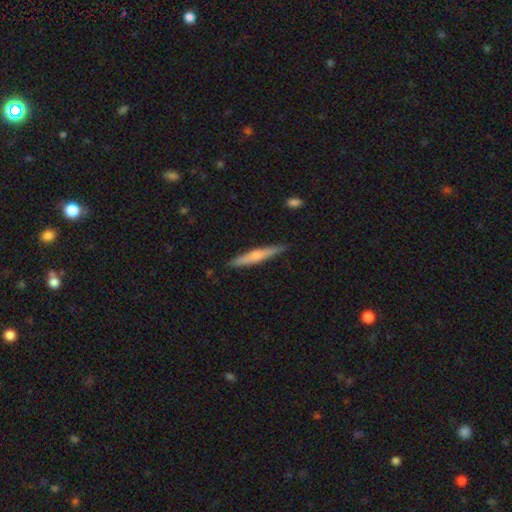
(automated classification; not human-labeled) Morphology: type=smooth (51%); roundness=cigar-shaped (93%); merging=none (88%).